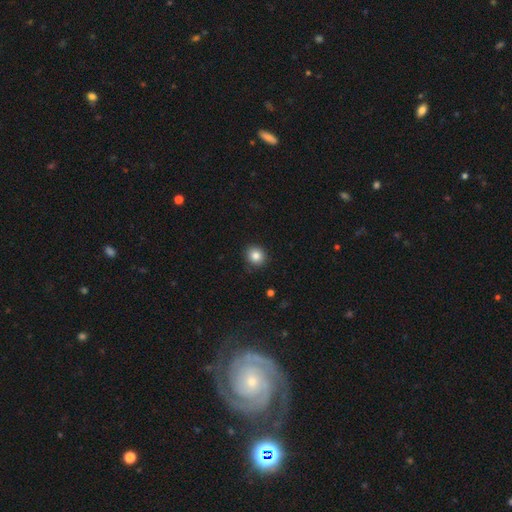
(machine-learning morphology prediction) Overall: smooth (84%). How rounded: round (85%). Merging: none (89%).